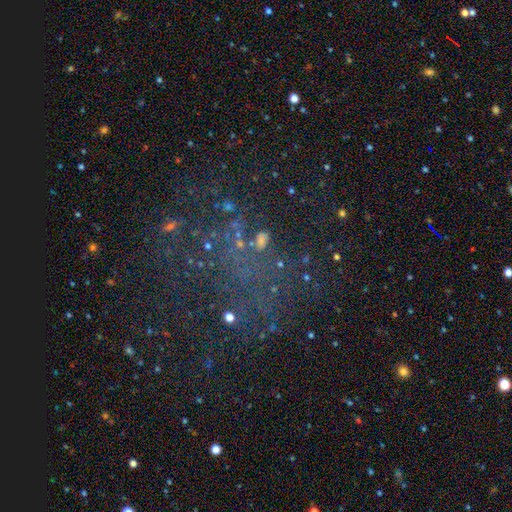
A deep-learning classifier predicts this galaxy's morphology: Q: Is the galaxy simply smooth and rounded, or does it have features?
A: star or artifact — 51%.